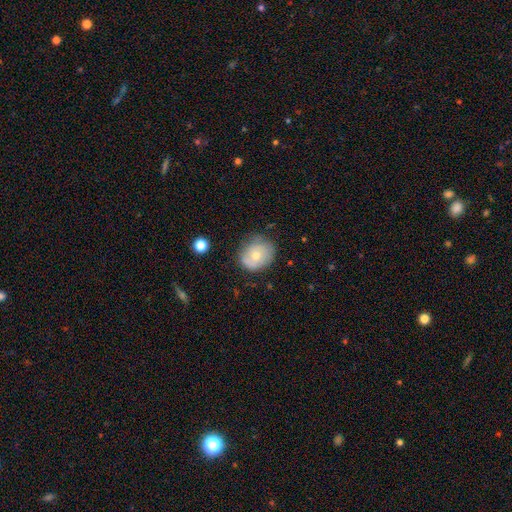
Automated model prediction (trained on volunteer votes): smooth-or-featured: smooth: 58% | featured or disk: 33% | star or artifact: 10%
  how-rounded: round: 69% | in between: 30% | cigar-shaped: 1%
  merging: none: 68% | minor disturbance: 24% | major disturbance: 6% | merger: 2%